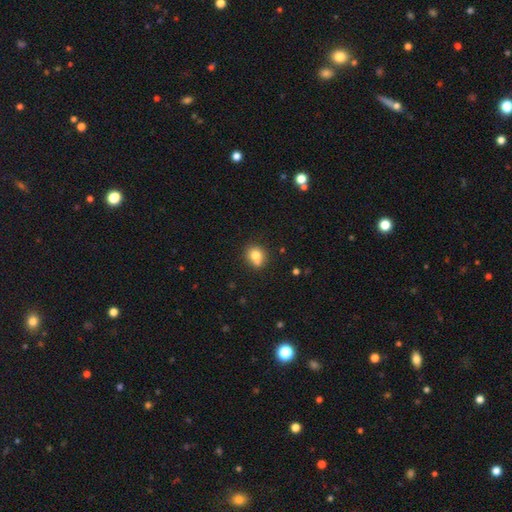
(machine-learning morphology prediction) This is likely a smooth galaxy (76%). How rounded: likely round (75%). Merging: likely none (61%).